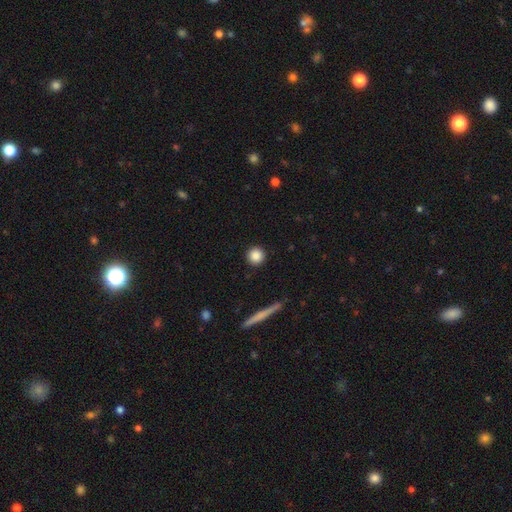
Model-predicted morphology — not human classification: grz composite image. It shows a smooth galaxy with no disk features (86%) that is round (95%). Merging: none (92%).